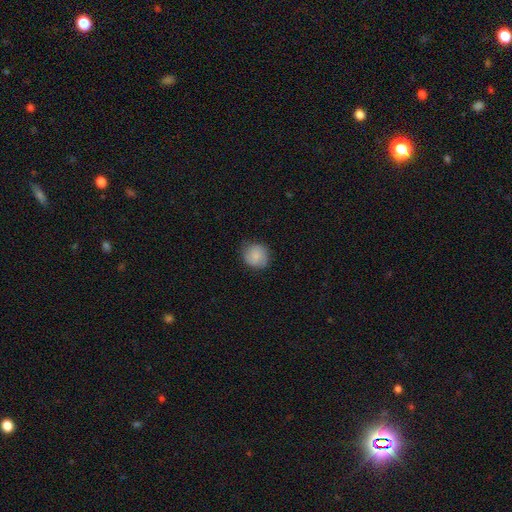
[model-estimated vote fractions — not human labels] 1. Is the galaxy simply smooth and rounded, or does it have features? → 80% smooth, 13% featured or disk, 7% star or artifact.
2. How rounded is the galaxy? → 86% round, 13% in between, 1% cigar-shaped.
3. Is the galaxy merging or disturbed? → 77% none, 18% minor disturbance, 4% major disturbance, 1% merger.